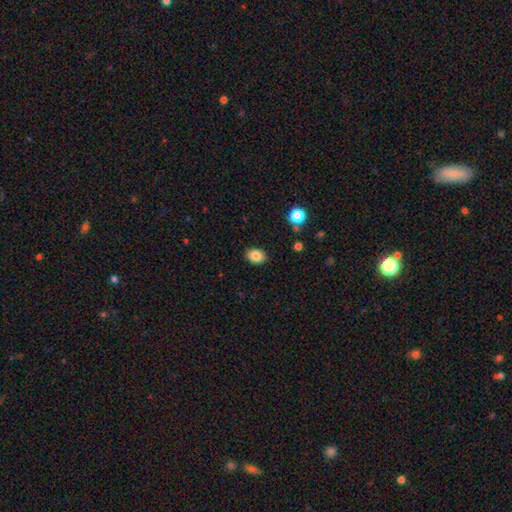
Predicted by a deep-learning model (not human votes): Smooth or featured: smooth — 85% (star or artifact — 10%)
How rounded: in between — 62% (round — 37%)
Merging: none — 88% (minor disturbance — 9%)